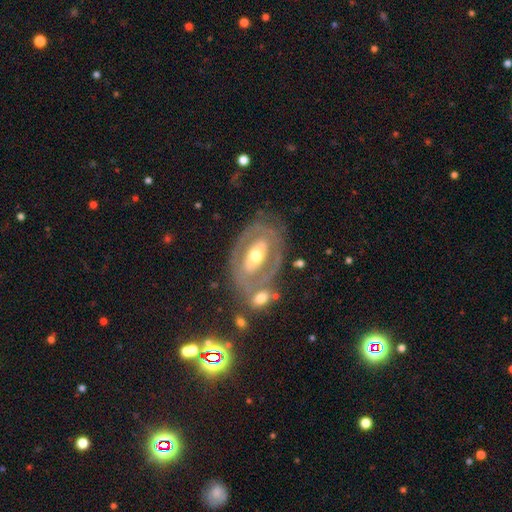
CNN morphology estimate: Smooth or featured? Predicted: featured or disk (p=0.73). Edge-on disk? Predicted: no (p=0.93). Bar? Predicted: no (p=0.36). Spiral arms? Predicted: no (p=0.54). Bulge size? Predicted: moderate (p=0.69). Merging? Predicted: none (p=0.60).